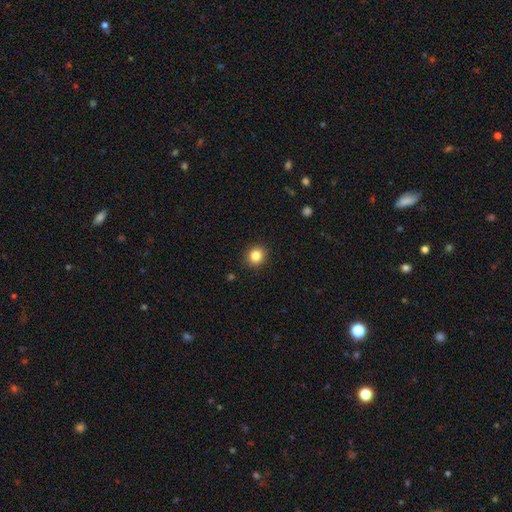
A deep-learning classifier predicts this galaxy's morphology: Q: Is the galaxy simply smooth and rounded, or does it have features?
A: smooth — 84%.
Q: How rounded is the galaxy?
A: round — 84%.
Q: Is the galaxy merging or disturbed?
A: none — 91%.